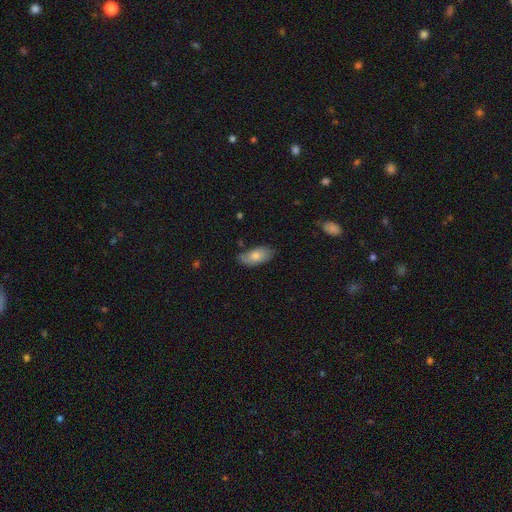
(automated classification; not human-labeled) Overall: smooth (73%). How rounded: in between (91%). Merging: none (70%).